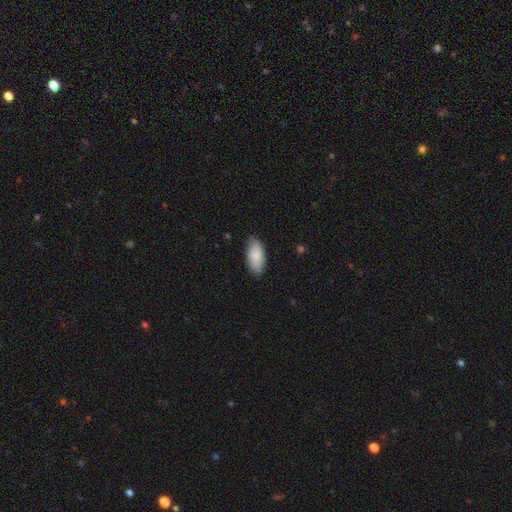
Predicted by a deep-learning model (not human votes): Smooth or featured? Predicted: smooth (p=0.86). How rounded? Predicted: in between (p=0.92). Merging? Predicted: none (p=0.82).